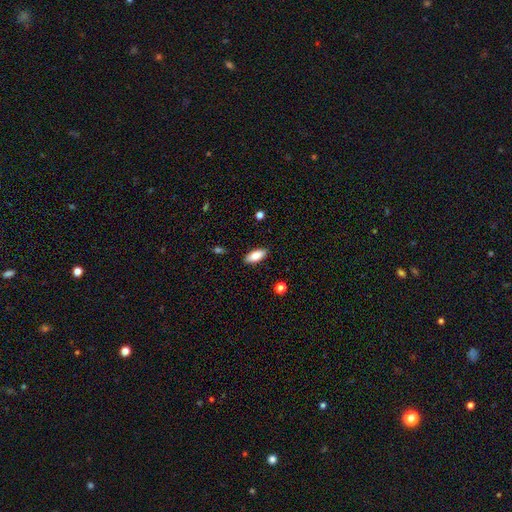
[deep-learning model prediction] smooth_or_featured: smooth (p=0.83) [alt: featured or disk p=0.10]
how_rounded: in between (p=0.85) [alt: cigar-shaped p=0.13]
merging: none (p=0.88) [alt: minor disturbance p=0.09]